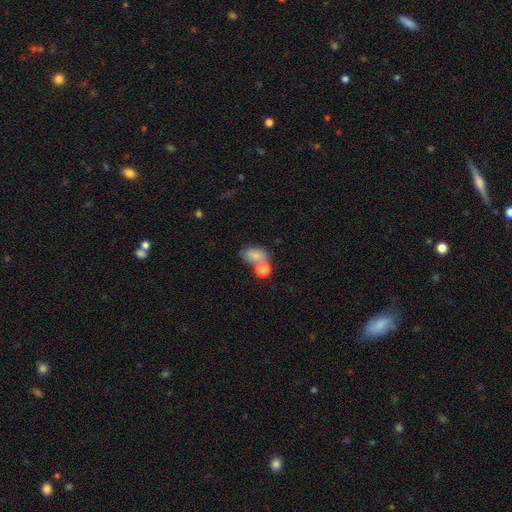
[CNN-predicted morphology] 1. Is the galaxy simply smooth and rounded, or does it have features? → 77% smooth, 12% star or artifact, 11% featured or disk.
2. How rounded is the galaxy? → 75% in between, 24% round, 2% cigar-shaped.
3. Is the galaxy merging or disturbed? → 44% none, 34% merger, 15% minor disturbance, 7% major disturbance.